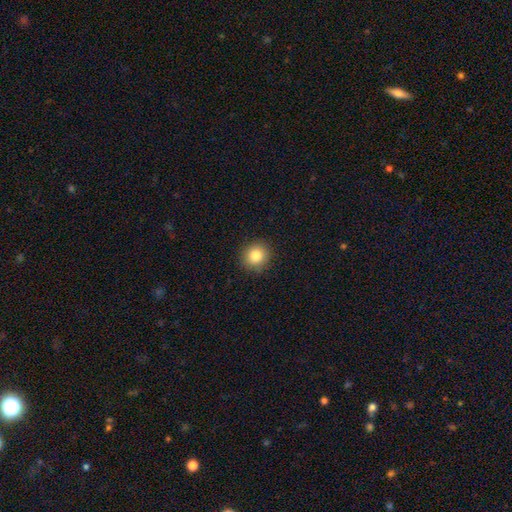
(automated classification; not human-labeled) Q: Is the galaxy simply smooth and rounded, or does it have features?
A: smooth — 83%.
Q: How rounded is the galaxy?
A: round — 89%.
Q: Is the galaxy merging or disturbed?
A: none — 90%.